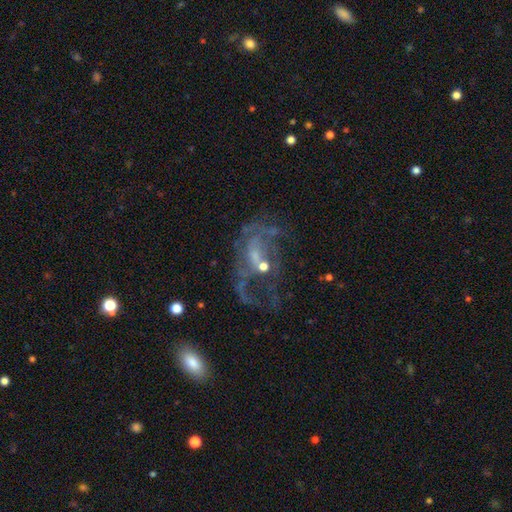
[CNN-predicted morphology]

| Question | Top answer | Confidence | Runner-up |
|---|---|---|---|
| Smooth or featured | featured or disk | 72% | star or artifact (15%) |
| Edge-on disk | no | 97% | yes (3%) |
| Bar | no | 61% | weak (31%) |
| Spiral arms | yes | 55% | no (45%) |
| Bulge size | small | 46% | moderate (27%) |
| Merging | major disturbance | 40% | none (30%) |